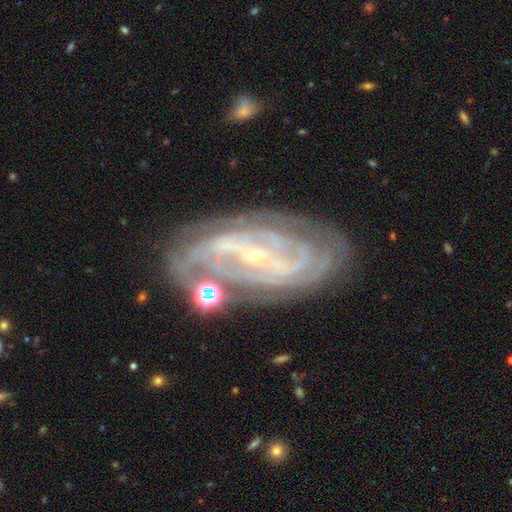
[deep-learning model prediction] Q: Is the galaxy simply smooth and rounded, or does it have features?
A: featured or disk — 89%.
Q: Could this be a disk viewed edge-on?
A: no — 95%.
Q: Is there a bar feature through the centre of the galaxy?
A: strong — 39%.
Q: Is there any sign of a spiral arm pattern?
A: yes — 96%.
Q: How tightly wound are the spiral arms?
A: tight — 69%.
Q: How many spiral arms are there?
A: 2 — 27%.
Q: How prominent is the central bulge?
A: small — 84%.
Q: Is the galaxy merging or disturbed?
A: none — 71%.